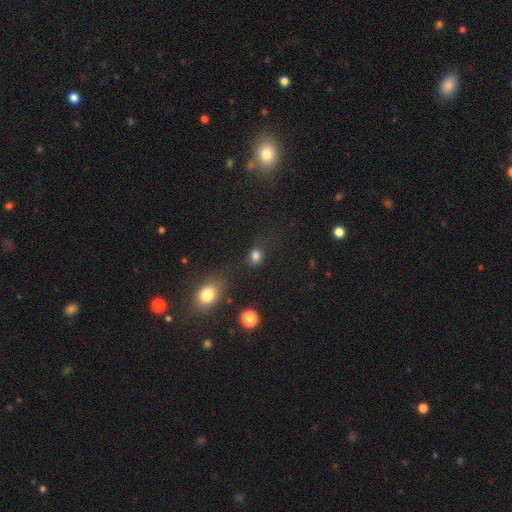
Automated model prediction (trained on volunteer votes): smooth_or_featured: smooth (p=0.77) [alt: star or artifact p=0.16]
how_rounded: round (p=0.57) [alt: in between p=0.41]
merging: none (p=0.61) [alt: minor disturbance p=0.20]